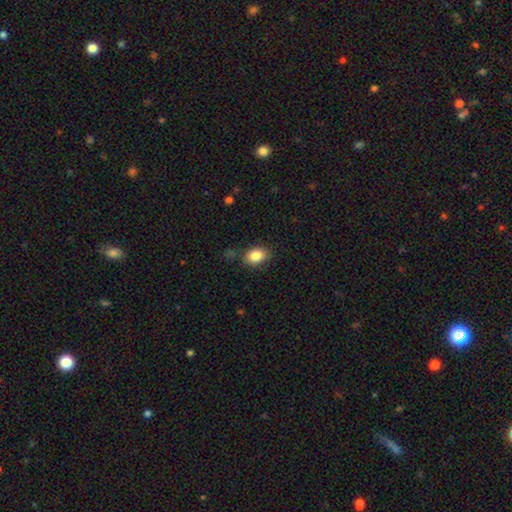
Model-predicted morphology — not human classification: A smooth galaxy with no disk features (86%) that is in between round and cigar-shaped (75%). Merging: none (81%).